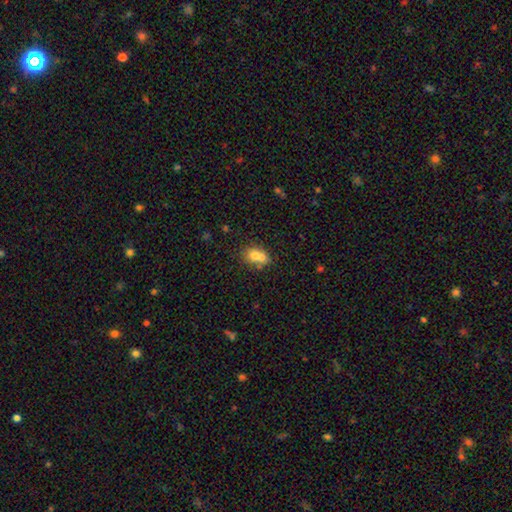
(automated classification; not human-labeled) The model was most divided on "how rounded": round: 53%, in between: 45%, cigar-shaped: 1%. More confident: smooth or featured — smooth (71%); merging — merger (53%).